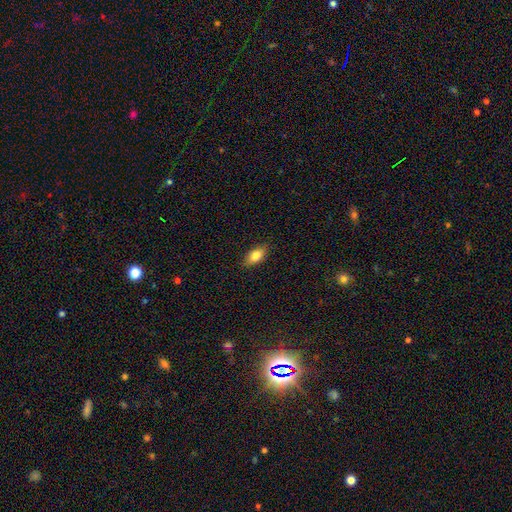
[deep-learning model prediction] Smooth or featured: smooth — 80% (featured or disk — 13%)
How rounded: in between — 86% (cigar-shaped — 9%)
Merging: none — 86% (minor disturbance — 11%)